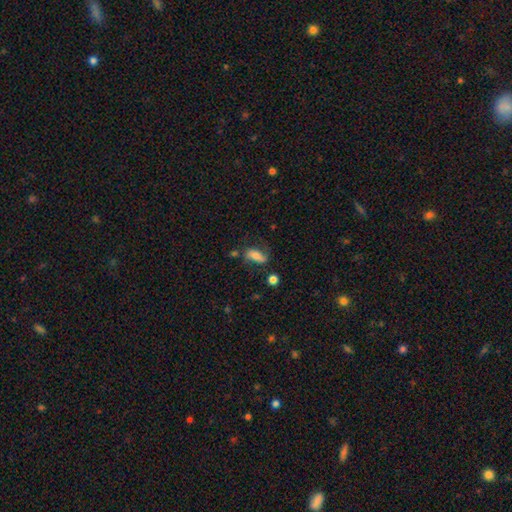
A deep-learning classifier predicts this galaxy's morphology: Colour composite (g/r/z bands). It shows a smooth galaxy with no disk features (64%) that is in between round and cigar-shaped (80%). Merging: none (57%).